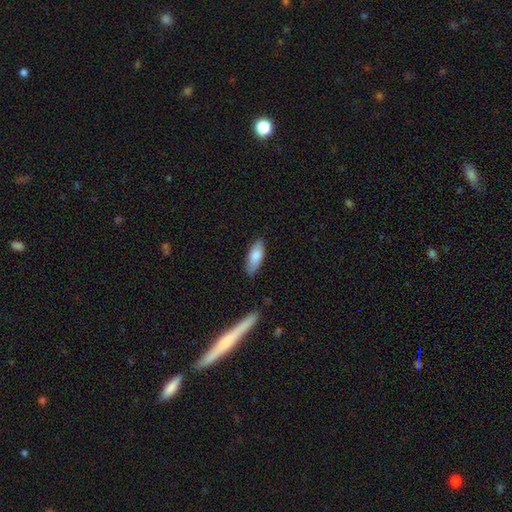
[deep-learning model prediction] smooth 80%, featured or disk 15%, star or artifact 6%. Down the decision tree: how rounded — in between (78%); merging — none (83%).